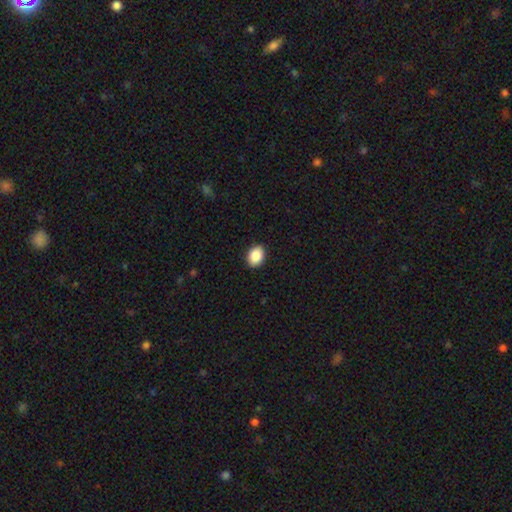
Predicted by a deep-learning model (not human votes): smooth 88%, star or artifact 8%, featured or disk 4%. Down the decision tree: how rounded — in between (70%); merging — none (91%).